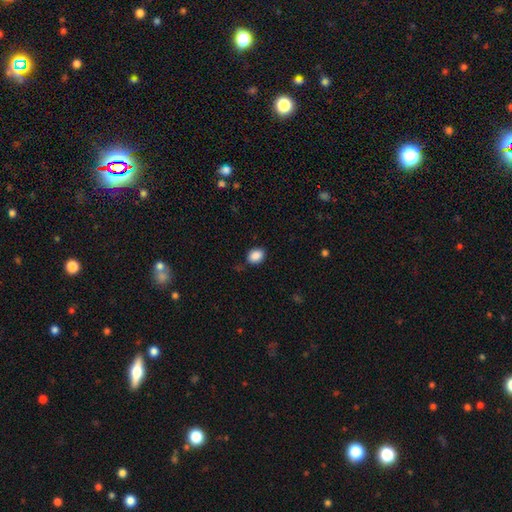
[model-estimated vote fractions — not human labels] Smooth or featured? smooth (88%)
How rounded? in between (65%)
Merging? none (82%)